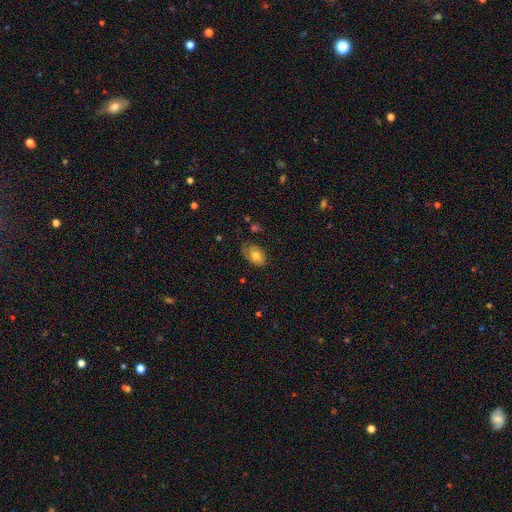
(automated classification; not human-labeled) A smooth galaxy with no disk features (73%) that is in between round and cigar-shaped (84%). Merging: none (66%).